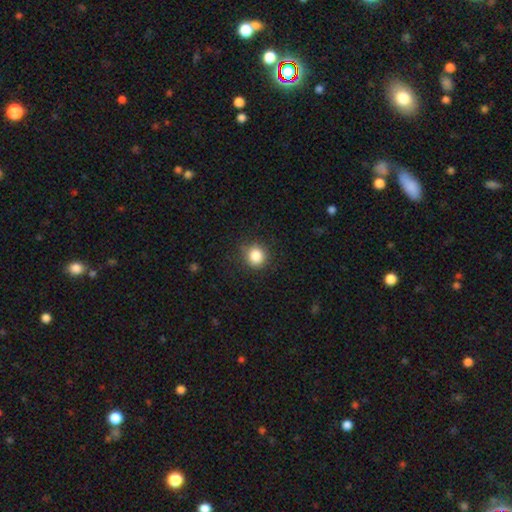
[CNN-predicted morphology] Smooth or featured: smooth — 86% (star or artifact — 10%)
How rounded: round — 88% (in between — 11%)
Merging: none — 84% (minor disturbance — 12%)